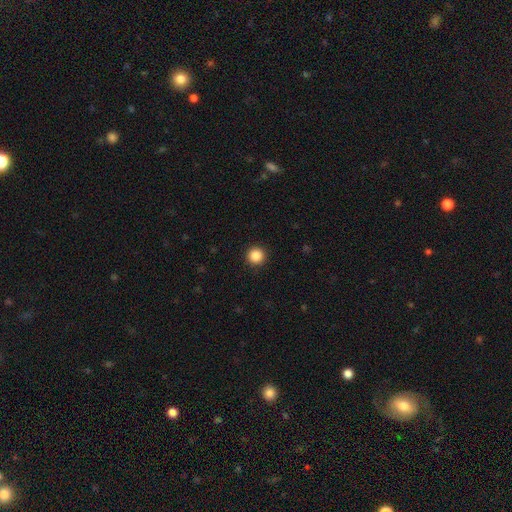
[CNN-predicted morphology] A smooth galaxy with no disk features (87%) that is round (96%). Merging: none (93%).